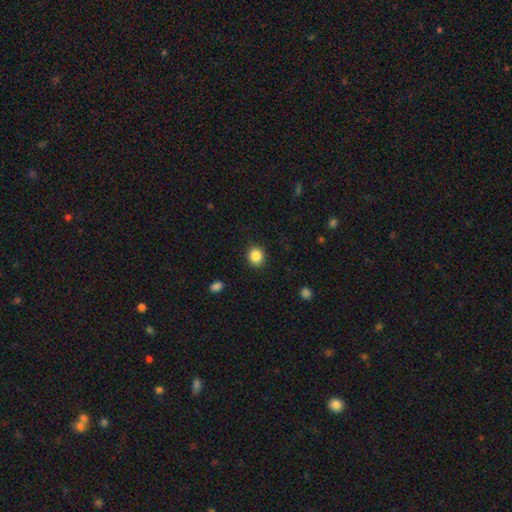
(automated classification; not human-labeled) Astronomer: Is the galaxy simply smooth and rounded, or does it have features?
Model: smooth — 86%.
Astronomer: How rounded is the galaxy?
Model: round — 83%.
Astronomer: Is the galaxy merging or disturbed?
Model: none — 90%.